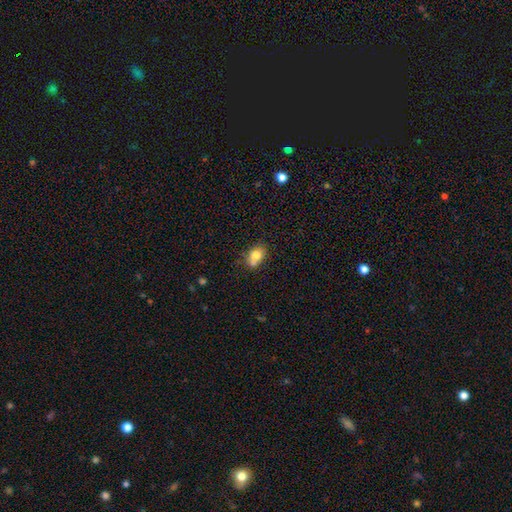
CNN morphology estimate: This appears to be a smooth galaxy with no disk features (77%) that is in between round and cigar-shaped (67%). Merging: none (53%).